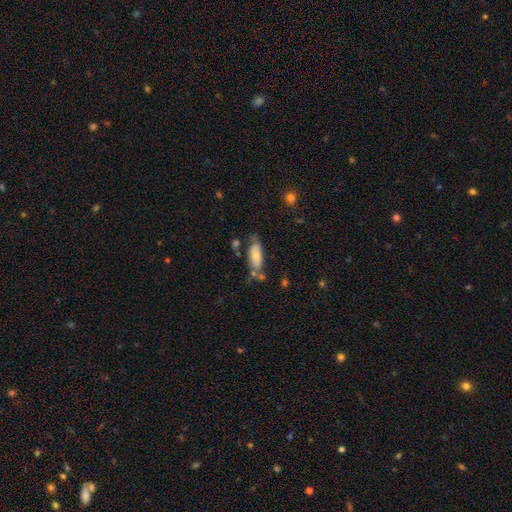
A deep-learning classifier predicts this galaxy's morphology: A smooth galaxy with no disk features (69%) that is in between round and cigar-shaped (78%). Merging: none (50%).